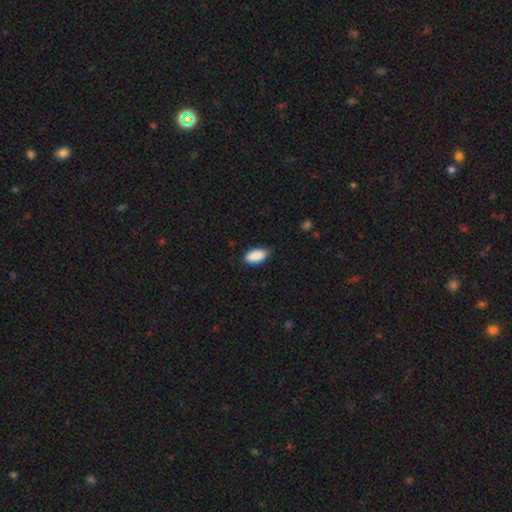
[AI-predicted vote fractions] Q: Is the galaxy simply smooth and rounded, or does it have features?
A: smooth — 90%.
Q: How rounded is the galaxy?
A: in between — 90%.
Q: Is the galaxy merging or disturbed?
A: none — 81%.